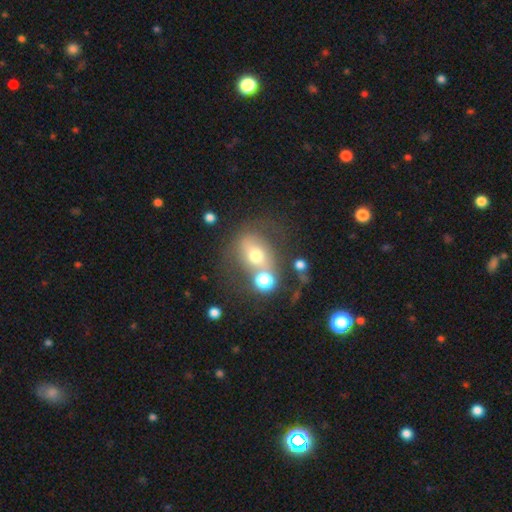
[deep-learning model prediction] smooth_or_featured: smooth (p=0.49) [alt: featured or disk p=0.38]
merging: none (p=0.49) [alt: merger p=0.23]